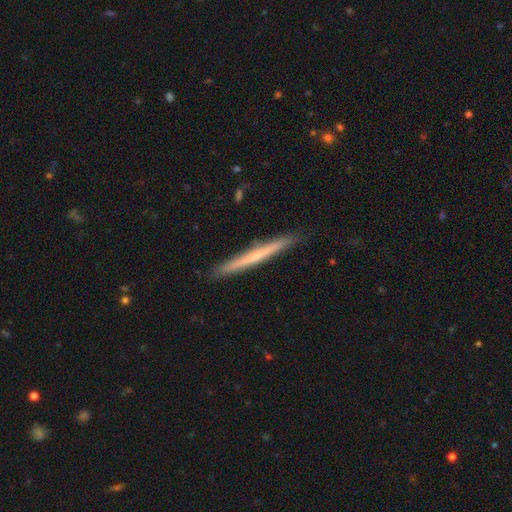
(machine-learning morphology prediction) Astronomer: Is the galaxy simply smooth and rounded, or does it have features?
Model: featured or disk — 50% (runner-up: smooth, 44%).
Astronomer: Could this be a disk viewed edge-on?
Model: yes — 97%.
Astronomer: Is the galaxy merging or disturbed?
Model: none — 91%.